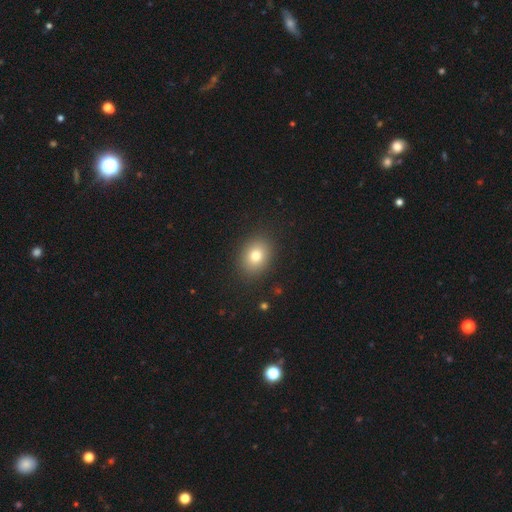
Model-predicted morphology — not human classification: Overall: smooth (78%). How rounded: in between (55%; round 44%). Merging: none (88%).